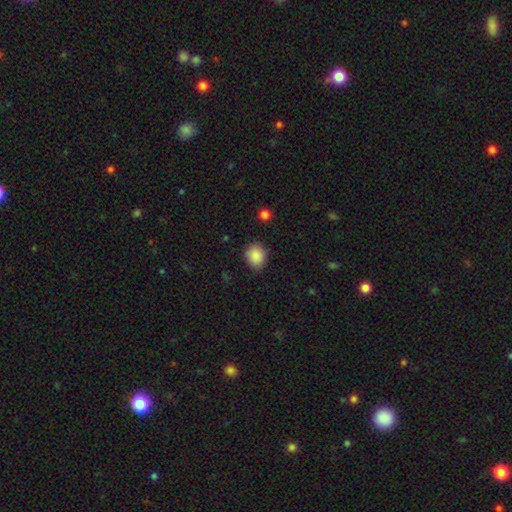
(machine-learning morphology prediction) Q: Smooth or featured?
A: smooth (88%); runner-up: star or artifact (8%)
Q: How rounded?
A: round (66%); runner-up: in between (33%)
Q: Merging?
A: none (83%); runner-up: minor disturbance (13%)